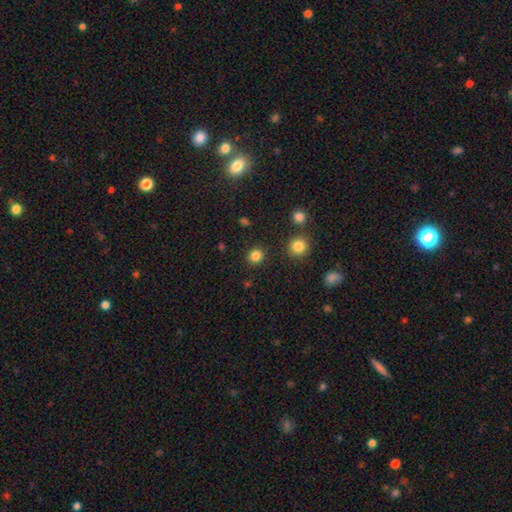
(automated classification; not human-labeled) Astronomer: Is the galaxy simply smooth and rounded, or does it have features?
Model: smooth — 84%.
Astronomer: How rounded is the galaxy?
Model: round — 87%.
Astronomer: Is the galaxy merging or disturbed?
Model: none — 90%.